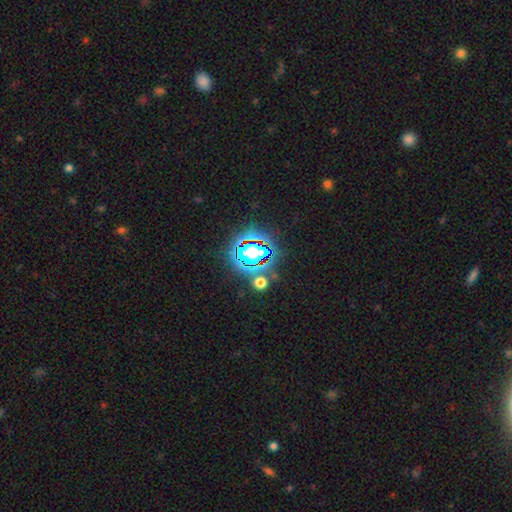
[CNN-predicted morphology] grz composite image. It shows a star or artifact, not a galaxy (79%).